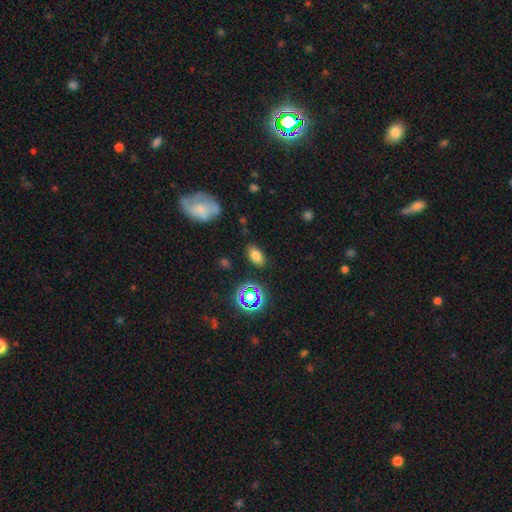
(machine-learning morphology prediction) The model was most divided on "smooth or featured": smooth: 73%, star or artifact: 17%, featured or disk: 10%. More confident: how rounded — in between (88%); merging — none (83%).